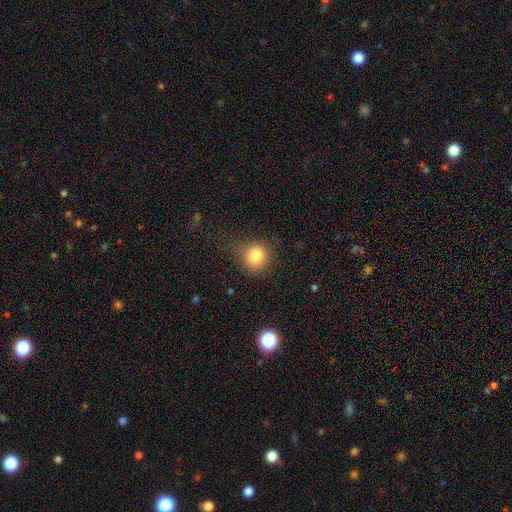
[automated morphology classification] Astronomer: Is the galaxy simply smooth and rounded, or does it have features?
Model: smooth — 82%.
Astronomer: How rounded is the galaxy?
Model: round — 86%.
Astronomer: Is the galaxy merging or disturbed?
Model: none — 73%.